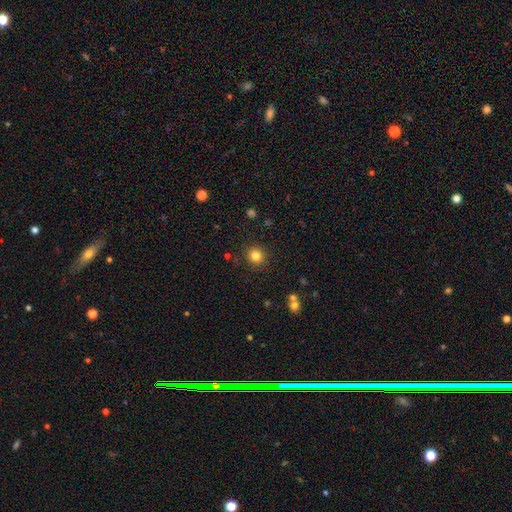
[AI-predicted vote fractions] Smooth or featured?
  - smooth: 82% *
  - star or artifact: 12%
  - featured or disk: 6%
How rounded?
  - round: 90% *
  - in between: 9%
  - cigar-shaped: 1%
Merging?
  - none: 89% *
  - minor disturbance: 7%
  - major disturbance: 2%
  - merger: 2%